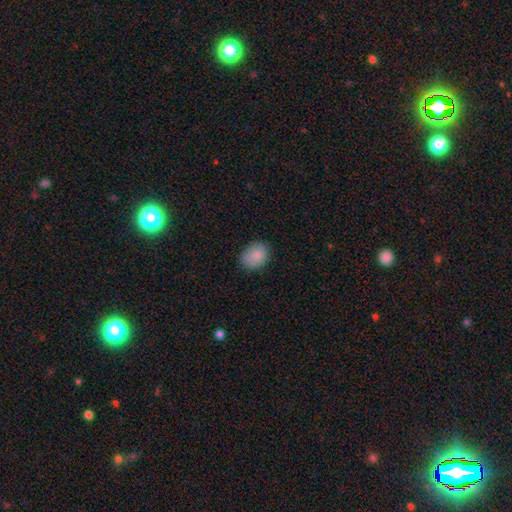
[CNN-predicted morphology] Overall: smooth (87%). How rounded: in between (61%; round 38%). Merging: none (80%).